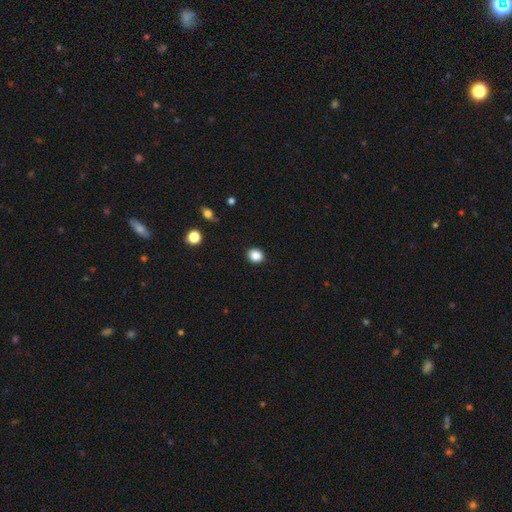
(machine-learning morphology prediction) This appears to be a smooth galaxy with no disk features (86%) that is round (73%). Merging: none (91%).